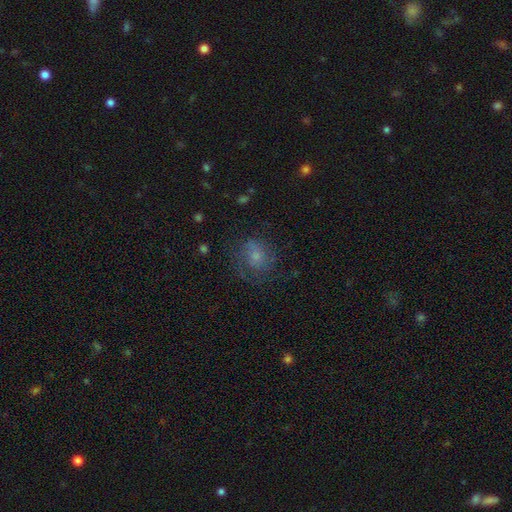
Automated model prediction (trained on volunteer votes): Smooth or featured? Predicted: smooth (p=0.50). How rounded? Predicted: round (p=0.72). Merging? Predicted: none (p=0.60).